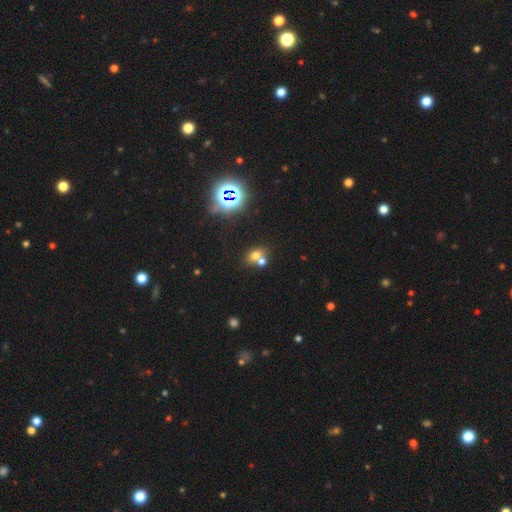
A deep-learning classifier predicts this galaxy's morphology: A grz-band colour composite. It shows a smooth galaxy with no disk features (60%) that is round (50%). Merging: merger (54%).